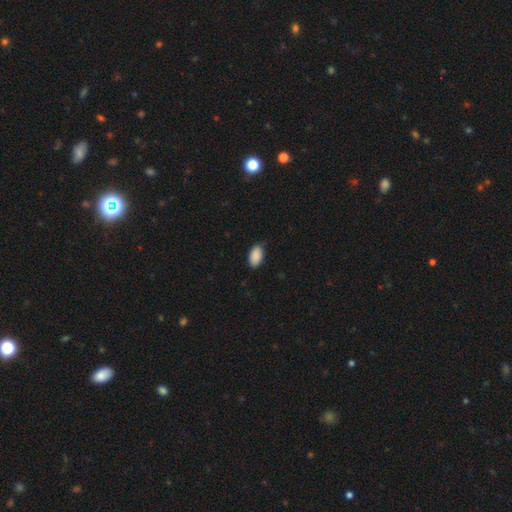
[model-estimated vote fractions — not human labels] A smooth galaxy with no disk features (90%) that is in between round and cigar-shaped (95%). Merging: none (79%).